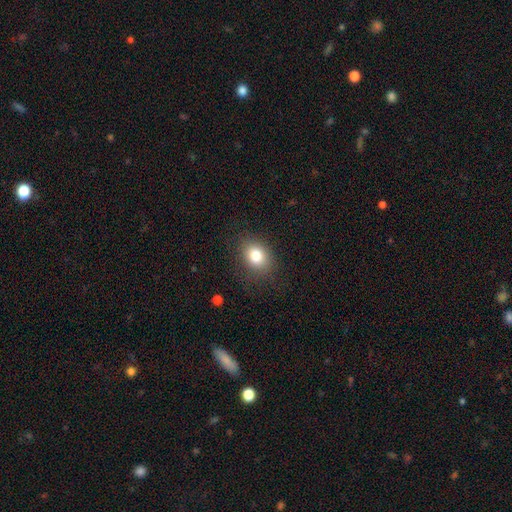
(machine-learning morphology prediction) smooth_or_featured: smooth (p=0.80) [alt: star or artifact p=0.11]
how_rounded: in between (p=0.56) [alt: round p=0.43]
merging: none (p=0.83) [alt: minor disturbance p=0.11]